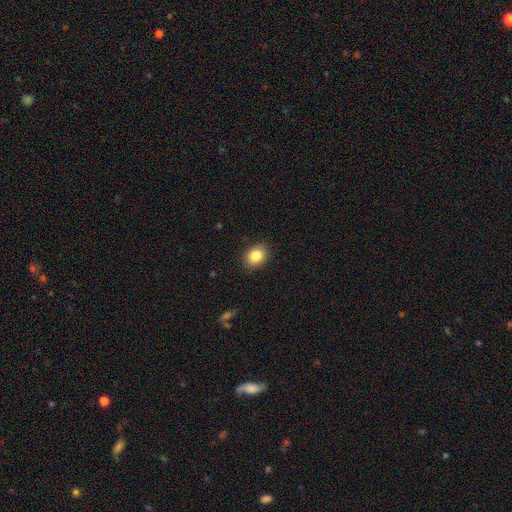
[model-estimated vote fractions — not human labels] The model was most divided on "how rounded": in between: 58%, round: 41%, cigar-shaped: 1%. More confident: merging — none (88%); smooth or featured — smooth (85%).